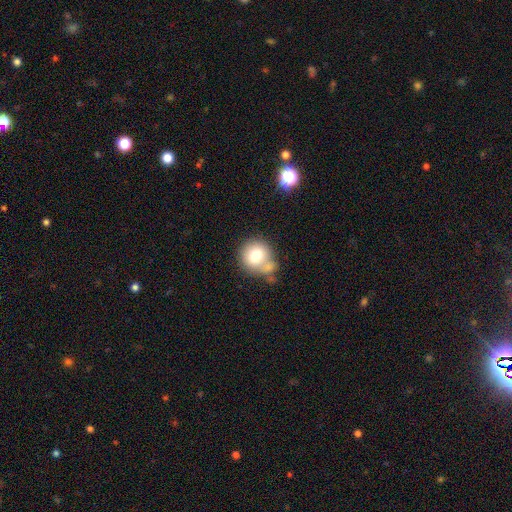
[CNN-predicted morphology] smooth_or_featured: smooth (p=0.74) [alt: featured or disk p=0.17]
how_rounded: round (p=0.86) [alt: in between p=0.13]
merging: none (p=0.51) [alt: merger p=0.23]